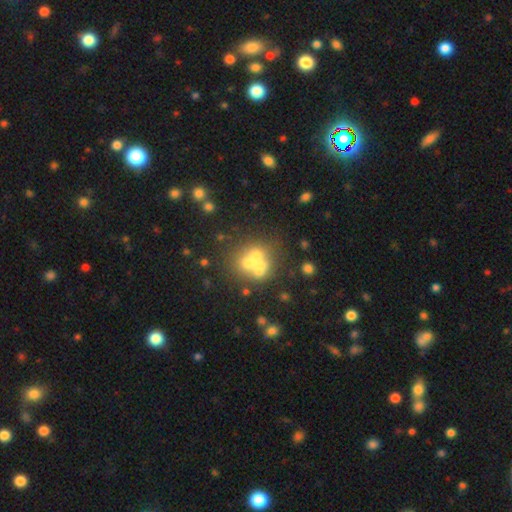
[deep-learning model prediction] The model was most divided on "smooth or featured": smooth: 47%, featured or disk: 35%, star or artifact: 18%. More confident: merging — merger (50%).